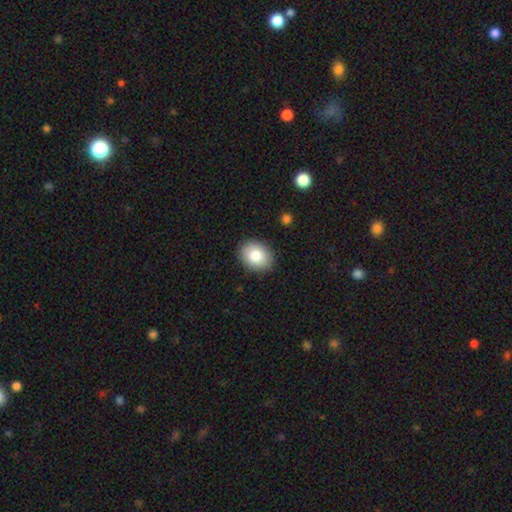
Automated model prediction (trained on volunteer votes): This is clearly a smooth galaxy (83%). How rounded: possibly in between (56%). Merging: clearly none (89%).